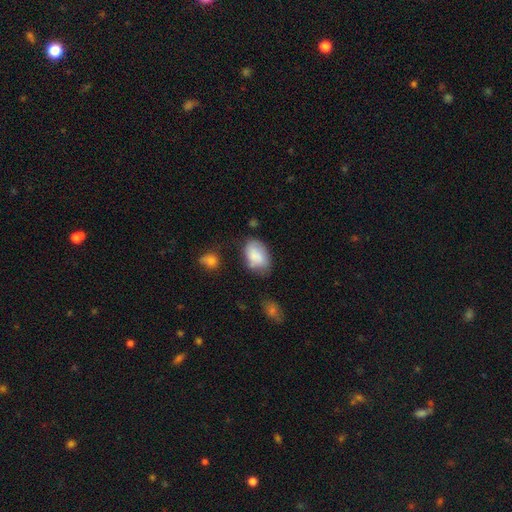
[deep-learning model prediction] smooth-or-featured: smooth: 78% | featured or disk: 15% | star or artifact: 7%
  how-rounded: in between: 89% | round: 10% | cigar-shaped: 1%
  merging: none: 55% | minor disturbance: 28% | major disturbance: 9% | merger: 8%